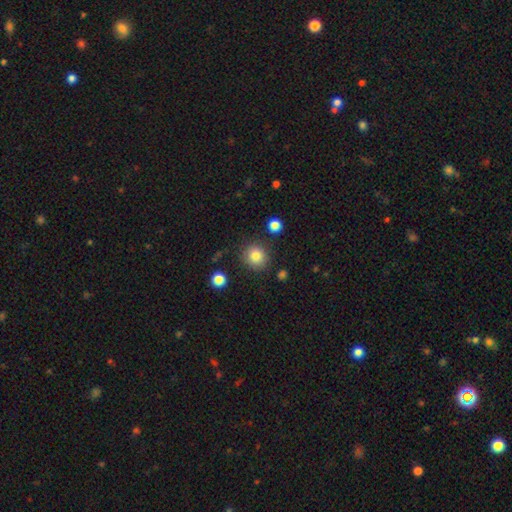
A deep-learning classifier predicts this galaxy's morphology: Q: Smooth or featured?
A: smooth (83%); runner-up: star or artifact (11%)
Q: How rounded?
A: round (90%); runner-up: in between (9%)
Q: Merging?
A: none (86%); runner-up: minor disturbance (8%)